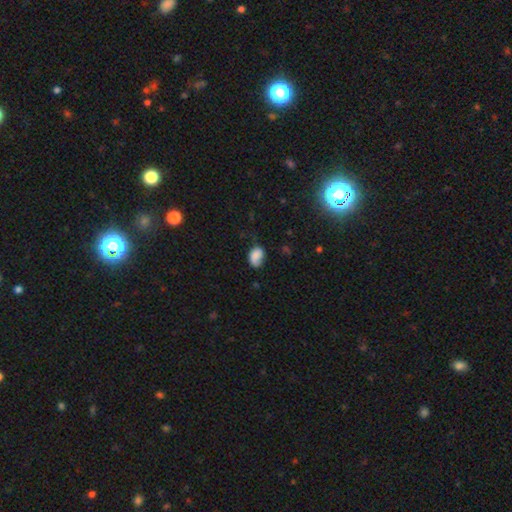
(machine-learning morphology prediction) Q: Smooth or featured?
A: smooth (79%); runner-up: featured or disk (12%)
Q: How rounded?
A: in between (86%); runner-up: round (13%)
Q: Merging?
A: none (52%); runner-up: minor disturbance (33%)